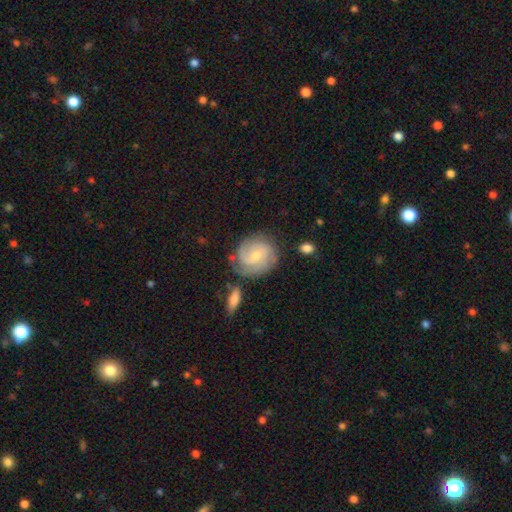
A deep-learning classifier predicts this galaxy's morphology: Smooth or featured? featured or disk (74%)
Edge-on disk? no (97%)
Bar? no (49%)
Spiral arms? yes (94%)
Spiral winding? tight (53%)
Spiral arm count? 2 (41%)
Bulge size? small (54%)
Merging? none (68%)